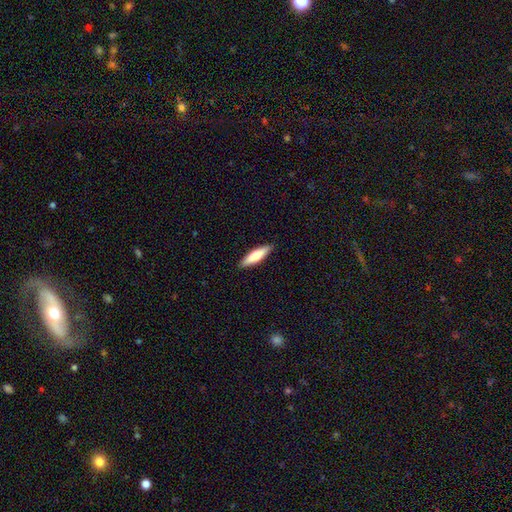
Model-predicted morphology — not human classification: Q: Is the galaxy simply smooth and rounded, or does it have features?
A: smooth — 72%.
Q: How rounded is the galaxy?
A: cigar-shaped — 72%.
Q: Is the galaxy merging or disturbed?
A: none — 90%.